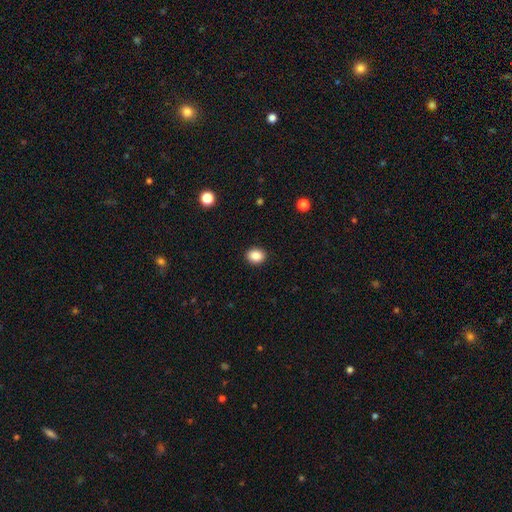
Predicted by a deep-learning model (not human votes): A smooth galaxy with no disk features (87%) that is round (55%). Merging: none (91%).